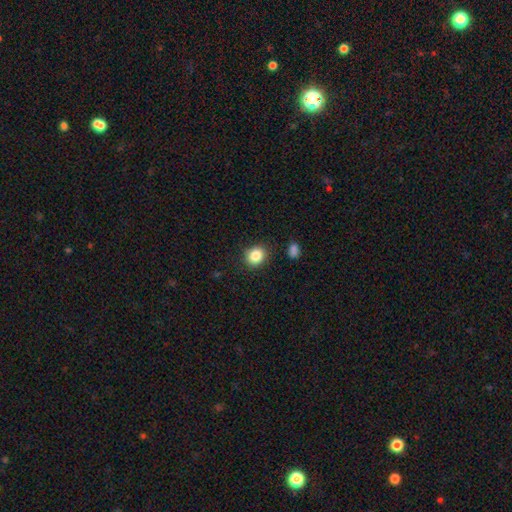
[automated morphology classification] smooth-or-featured: smooth: 86% | star or artifact: 9% | featured or disk: 5%
  how-rounded: round: 70% | in between: 29% | cigar-shaped: 1%
  merging: none: 85% | minor disturbance: 10% | major disturbance: 3% | merger: 2%